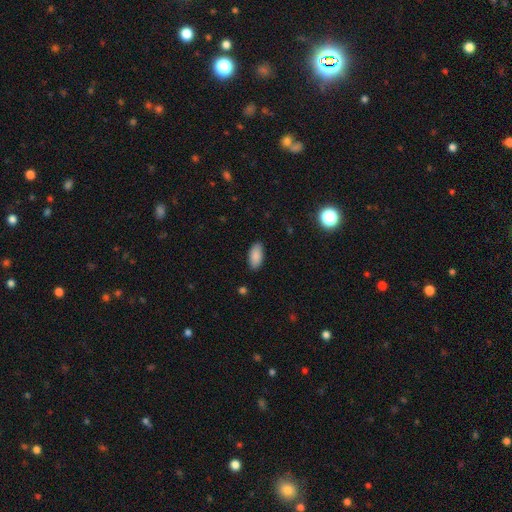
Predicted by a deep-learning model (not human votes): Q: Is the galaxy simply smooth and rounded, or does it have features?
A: smooth — 88%.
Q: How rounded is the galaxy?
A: in between — 91%.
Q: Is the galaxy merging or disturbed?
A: none — 87%.